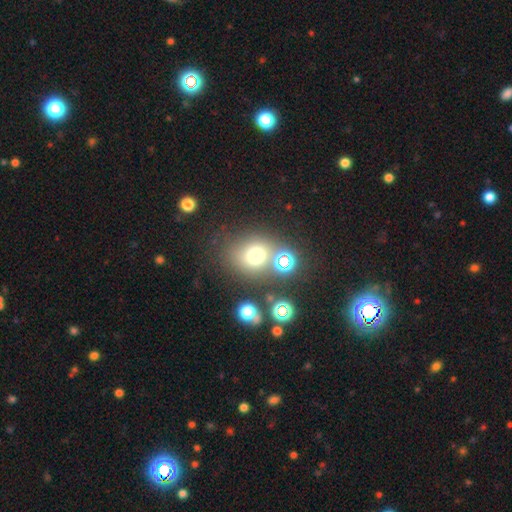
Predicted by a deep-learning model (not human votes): smooth-or-featured: smooth: 66% | star or artifact: 23% | featured or disk: 10%
  how-rounded: round: 74% | in between: 24% | cigar-shaped: 1%
  merging: none: 69% | merger: 13% | minor disturbance: 12% | major disturbance: 6%